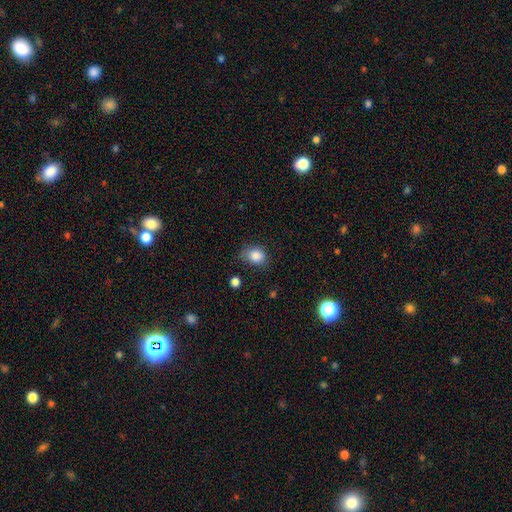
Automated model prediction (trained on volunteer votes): Smooth or featured?
  - smooth: 85% *
  - star or artifact: 10%
  - featured or disk: 5%
How rounded?
  - round: 50% *
  - in between: 49%
  - cigar-shaped: 1%
Merging?
  - none: 63% *
  - minor disturbance: 28%
  - major disturbance: 7%
  - merger: 3%